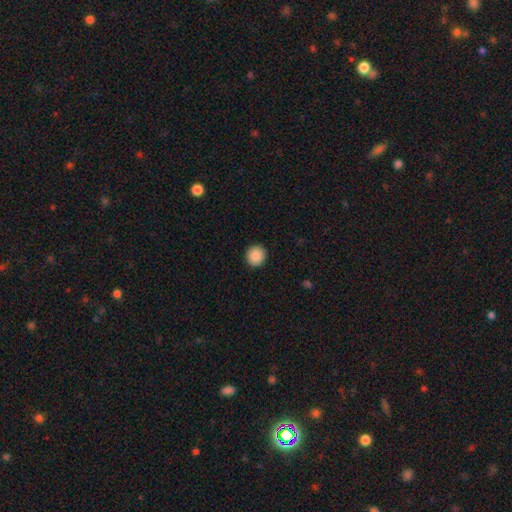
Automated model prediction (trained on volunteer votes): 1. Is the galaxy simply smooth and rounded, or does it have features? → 88% smooth, 8% star or artifact, 4% featured or disk.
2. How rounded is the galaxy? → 92% round, 7% in between, 1% cigar-shaped.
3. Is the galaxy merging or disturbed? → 93% none, 5% minor disturbance, 2% major disturbance, 1% merger.